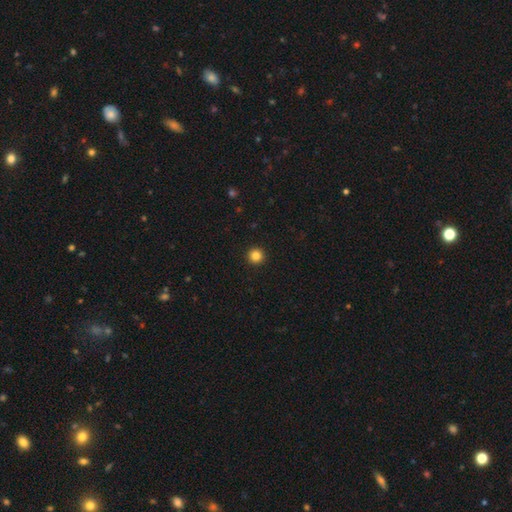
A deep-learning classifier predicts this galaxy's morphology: Overall: smooth (84%). How rounded: round (96%). Merging: none (94%).